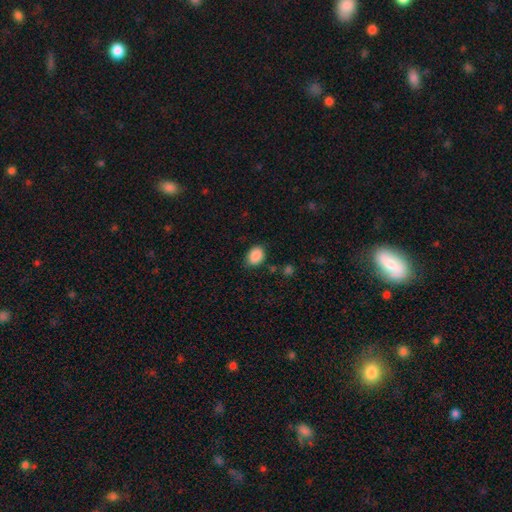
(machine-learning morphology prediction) Smooth or featured: smooth — 89% (star or artifact — 8%)
How rounded: in between — 65% (round — 34%)
Merging: none — 82% (minor disturbance — 13%)